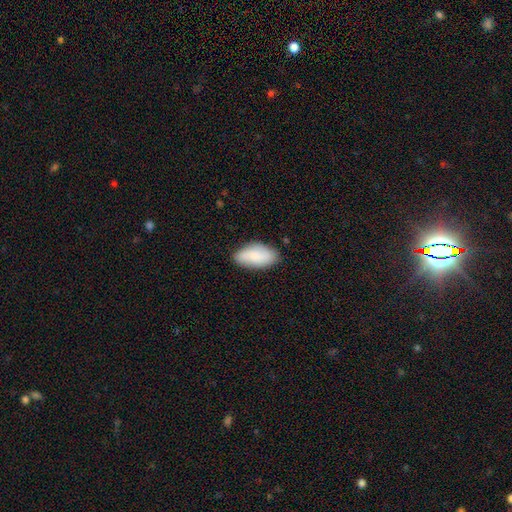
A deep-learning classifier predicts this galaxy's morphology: Smooth or featured? smooth (82%)
How rounded? in between (92%)
Merging? none (77%)